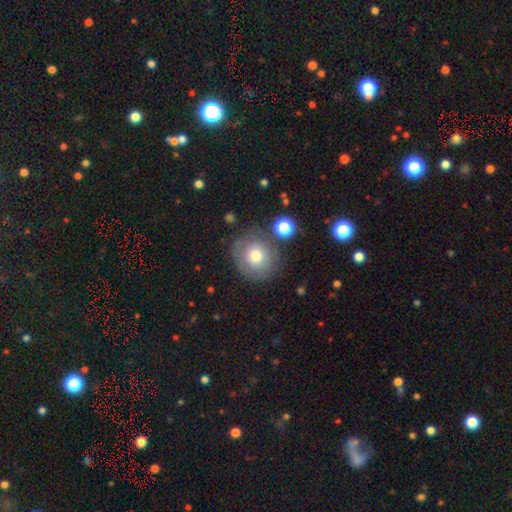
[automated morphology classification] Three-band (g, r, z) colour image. It shows a smooth galaxy with no disk features (73%) that is round (88%). Merging: none (76%).